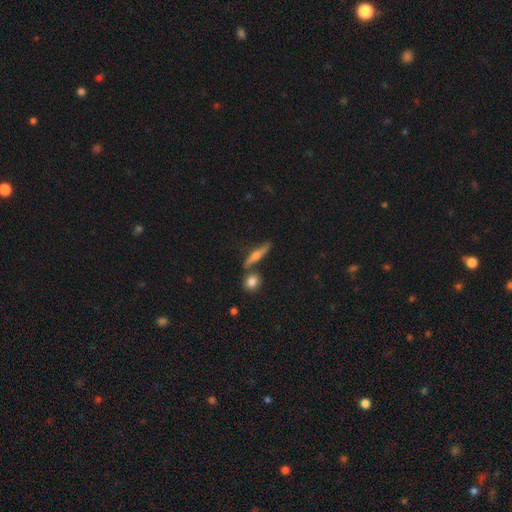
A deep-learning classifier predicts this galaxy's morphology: featured or disk 58%, smooth 35%, star or artifact 8%. Down the decision tree: edge-on disk — yes (92%); edge-on bulge — rounded (88%); merging — none (73%).